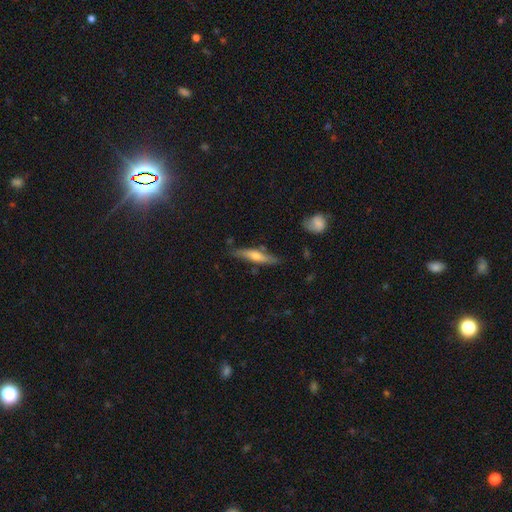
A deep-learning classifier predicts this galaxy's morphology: smooth_or_featured: featured or disk (p=0.51) [alt: smooth p=0.43]
disk_edge_on: yes (p=0.90) [alt: no p=0.10]
merging: none (p=0.77) [alt: minor disturbance p=0.17]